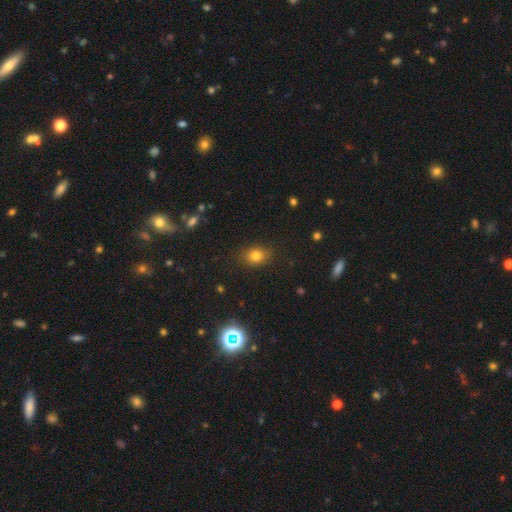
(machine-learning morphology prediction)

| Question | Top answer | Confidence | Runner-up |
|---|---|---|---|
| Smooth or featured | smooth | 77% | star or artifact (15%) |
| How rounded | in between | 55% | round (44%) |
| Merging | none | 85% | minor disturbance (11%) |